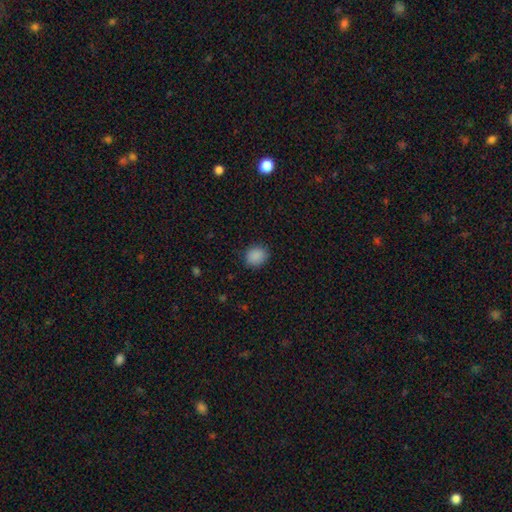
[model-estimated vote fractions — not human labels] smooth_or_featured: smooth (p=0.88) [alt: star or artifact p=0.09]
how_rounded: round (p=0.64) [alt: in between p=0.35]
merging: none (p=0.87) [alt: minor disturbance p=0.09]